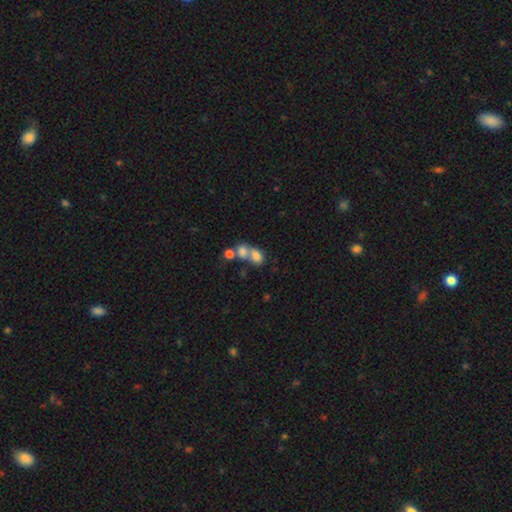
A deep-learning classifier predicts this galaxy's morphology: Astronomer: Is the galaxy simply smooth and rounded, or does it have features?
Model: smooth — 73%.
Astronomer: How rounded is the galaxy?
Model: in between — 63%.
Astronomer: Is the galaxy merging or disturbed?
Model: merger — 65%.